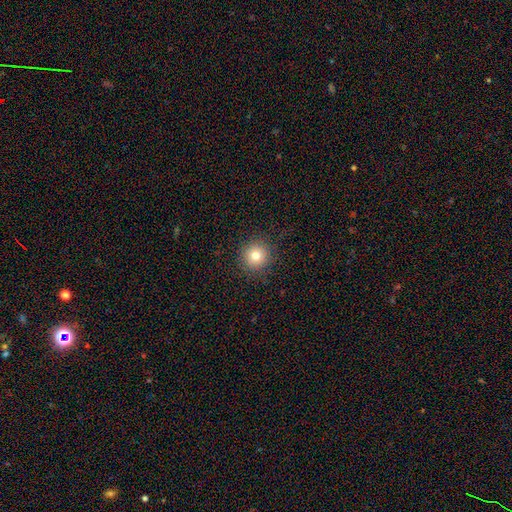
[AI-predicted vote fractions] Smooth or featured: smooth — 78% (star or artifact — 13%)
How rounded: round — 94% (in between — 5%)
Merging: none — 90% (minor disturbance — 7%)